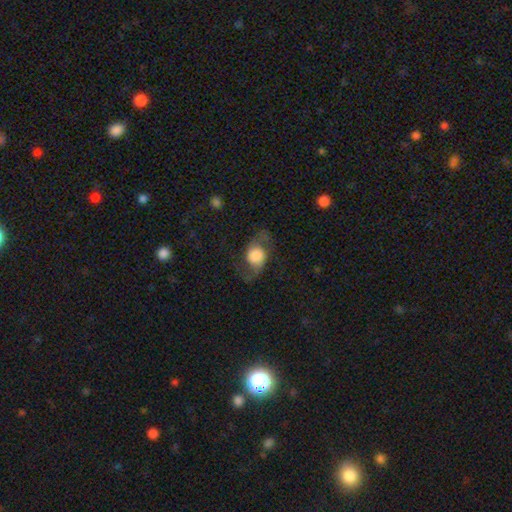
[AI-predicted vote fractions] This is possibly a featured or disk galaxy (54%). It is clearly not viewed edge-on (93%). Bar: likely no (75%). Spiral arm pattern: clearly yes (86%). Central bulge: marginally large (42%). Merging: likely none (67%).